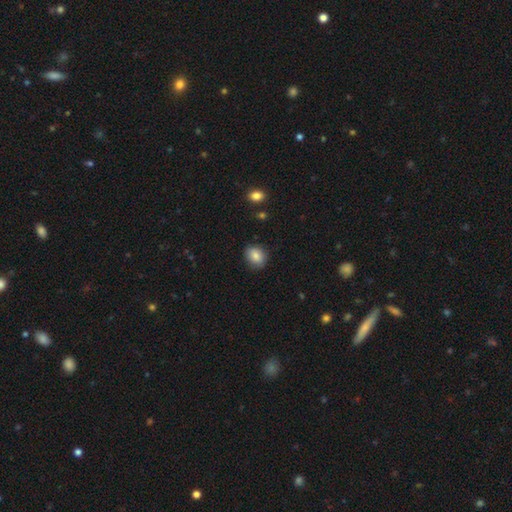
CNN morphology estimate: The model was most divided on "how rounded": in between: 50%, round: 49%, cigar-shaped: 1%. More confident: smooth or featured — smooth (85%); merging — none (85%).